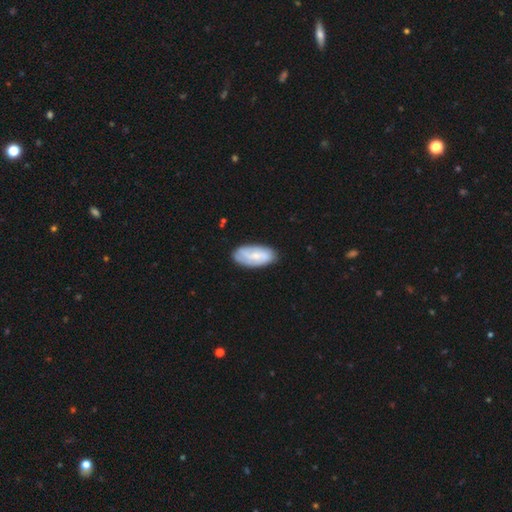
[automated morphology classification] This is possibly a smooth galaxy (52%). How rounded: clearly in between (91%). Merging: likely none (78%).